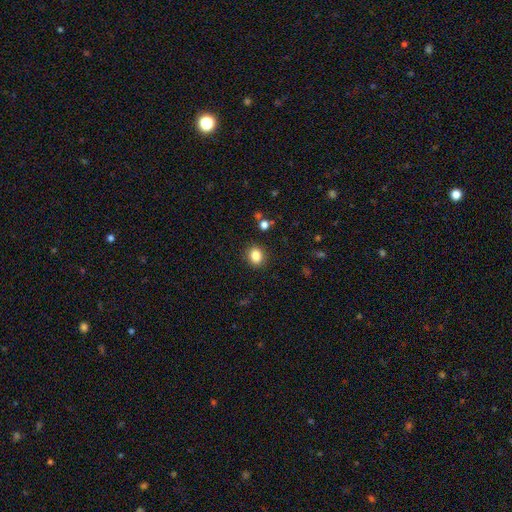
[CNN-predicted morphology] A smooth galaxy with no disk features (84%) that is round (59%). Merging: none (89%).